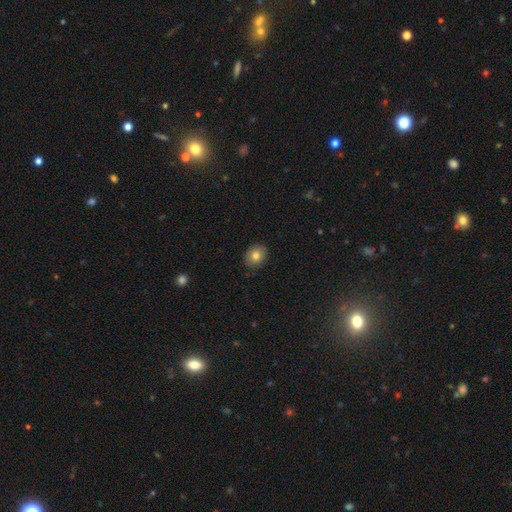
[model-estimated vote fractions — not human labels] Smooth or featured?
  - smooth: 77% *
  - featured or disk: 13%
  - star or artifact: 9%
How rounded?
  - round: 54% *
  - in between: 45%
  - cigar-shaped: 1%
Merging?
  - none: 88% *
  - minor disturbance: 9%
  - major disturbance: 2%
  - merger: 1%